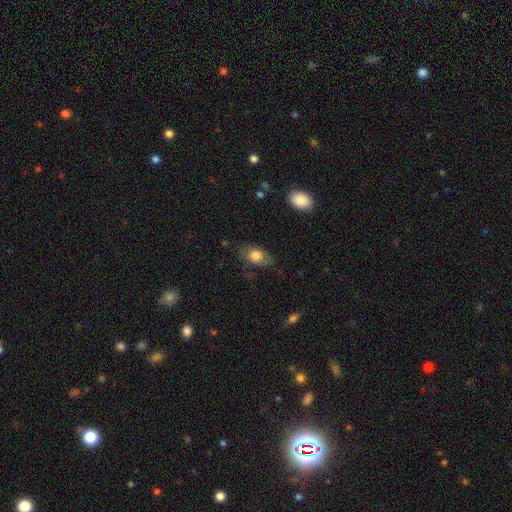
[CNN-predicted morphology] A smooth galaxy with no disk features (75%) that is in between round and cigar-shaped (83%). Merging: none (69%).